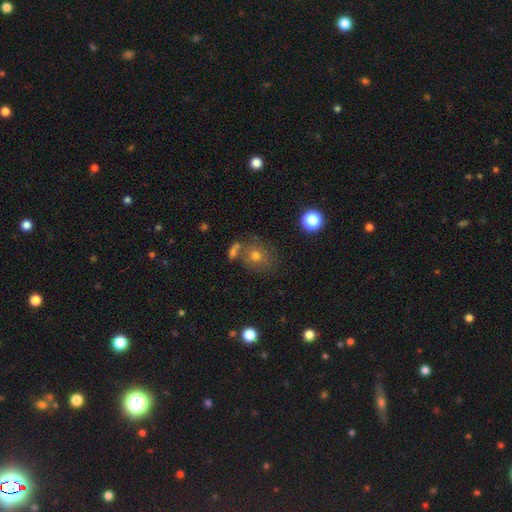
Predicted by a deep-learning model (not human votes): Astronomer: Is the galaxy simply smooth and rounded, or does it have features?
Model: smooth — 65%.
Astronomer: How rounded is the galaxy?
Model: round — 73%.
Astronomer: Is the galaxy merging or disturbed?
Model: none — 64%.